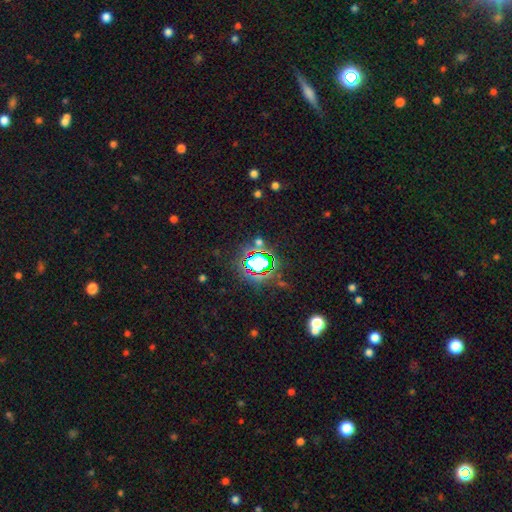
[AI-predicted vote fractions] A star or artifact, not a galaxy (68%).